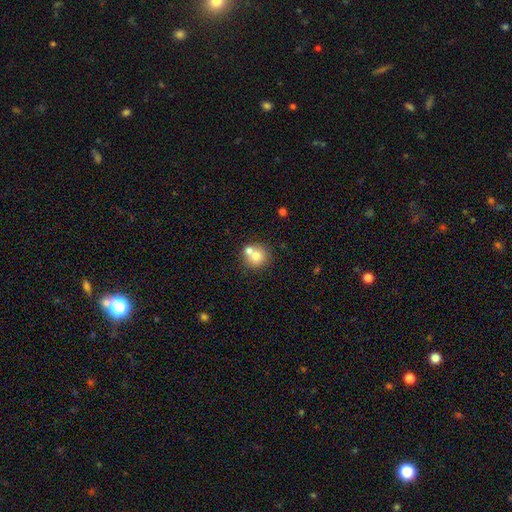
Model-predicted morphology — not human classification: A smooth galaxy with no disk features (72%) that is round (89%).

Vote fractions:
- Smooth or featured? smooth: 72% / featured or disk: 18% / star or artifact: 10%
- How rounded? round: 89% / in between: 10% / cigar-shaped: 1%
- Merging? none: 50% / merger: 39% / minor disturbance: 8% / major disturbance: 3%